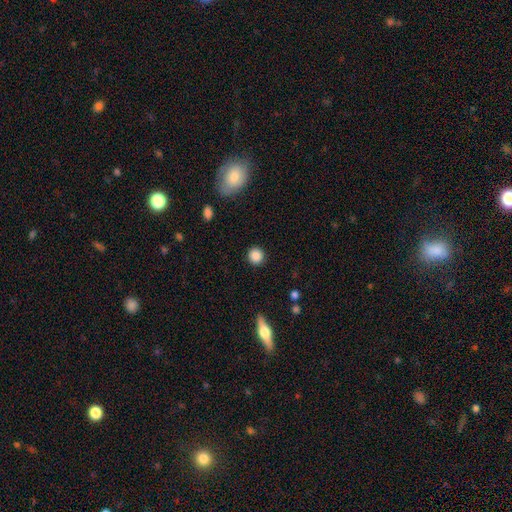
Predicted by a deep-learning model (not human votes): This is clearly a smooth galaxy (87%). How rounded: clearly round (92%). Merging: clearly none (90%).